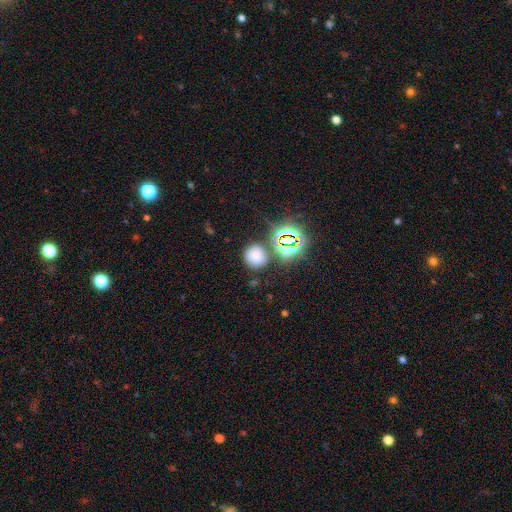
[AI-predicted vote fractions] Smooth or featured? Predicted: smooth (p=0.63). How rounded? Predicted: round (p=0.86). Merging? Predicted: none (p=0.73).